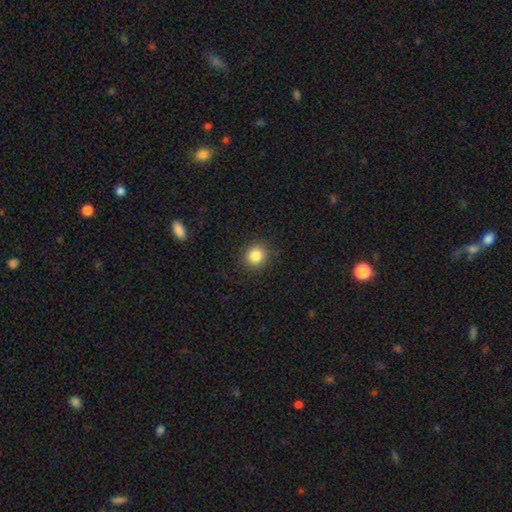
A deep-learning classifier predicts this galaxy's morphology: type=smooth (85%); roundness=round (89%); merging=none (90%).